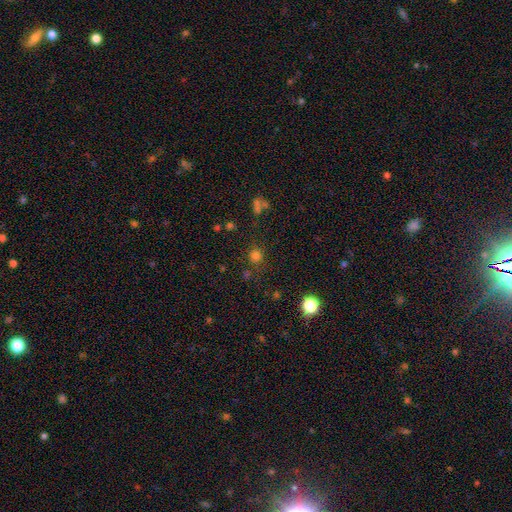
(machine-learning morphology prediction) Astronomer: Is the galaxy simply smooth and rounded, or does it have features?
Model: smooth — 74%.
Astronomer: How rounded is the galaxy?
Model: round — 89%.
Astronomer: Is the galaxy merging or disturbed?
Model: none — 79%.